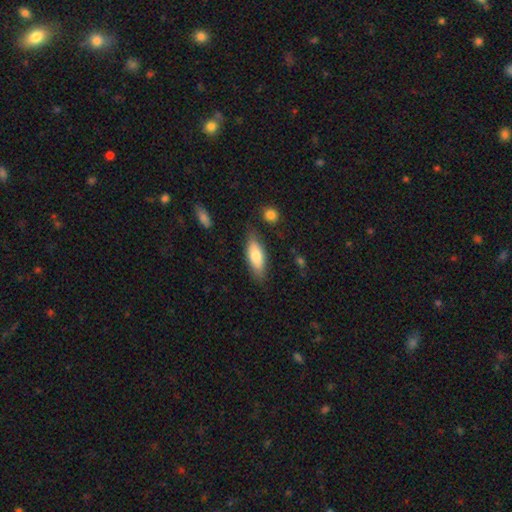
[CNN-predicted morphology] smooth 74%, featured or disk 20%, star or artifact 6%. Down the decision tree: how rounded — in between (68%); merging — none (78%).